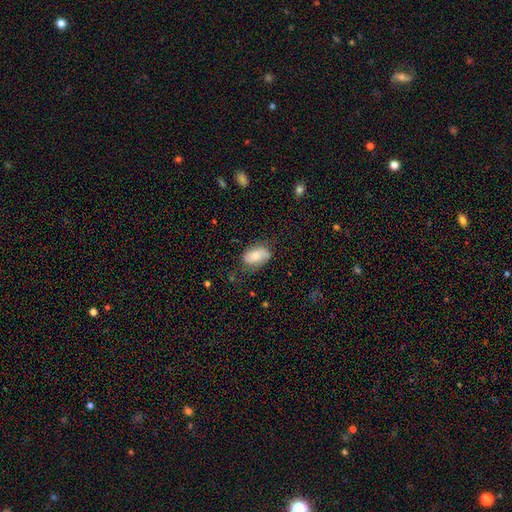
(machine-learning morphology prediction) A smooth galaxy with no disk features (63%) that is in between round and cigar-shaped (91%).

Vote fractions:
- Smooth or featured? smooth: 63% / featured or disk: 30% / star or artifact: 7%
- How rounded? in between: 91% / round: 7% / cigar-shaped: 2%
- Merging? none: 67% / minor disturbance: 24% / major disturbance: 7% / merger: 1%